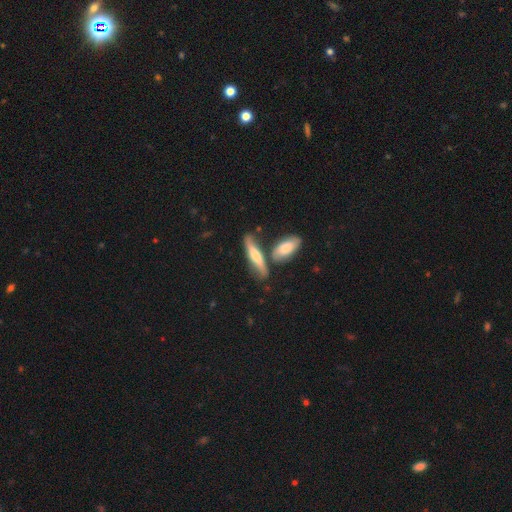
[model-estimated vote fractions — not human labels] The model was most divided on "smooth or featured": smooth: 56%, featured or disk: 37%, star or artifact: 6%. More confident: how rounded — cigar-shaped (69%); merging — none (58%).